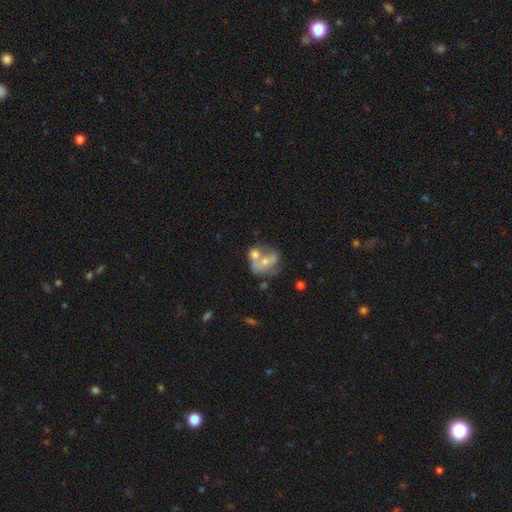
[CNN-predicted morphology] This is possibly a featured or disk galaxy (57%). It is clearly not viewed edge-on (97%). Bar: likely no (71%). Spiral arm pattern: possibly yes (53%). Central bulge: possibly moderate (46%). Merging: possibly merger (50%).